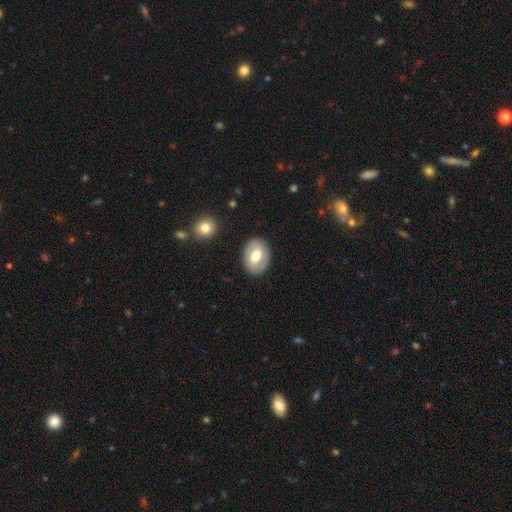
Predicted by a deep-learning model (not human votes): Smooth or featured?
  - smooth: 48% *
  - featured or disk: 46%
  - star or artifact: 6%
Merging?
  - none: 84% *
  - minor disturbance: 11%
  - major disturbance: 4%
  - merger: 1%